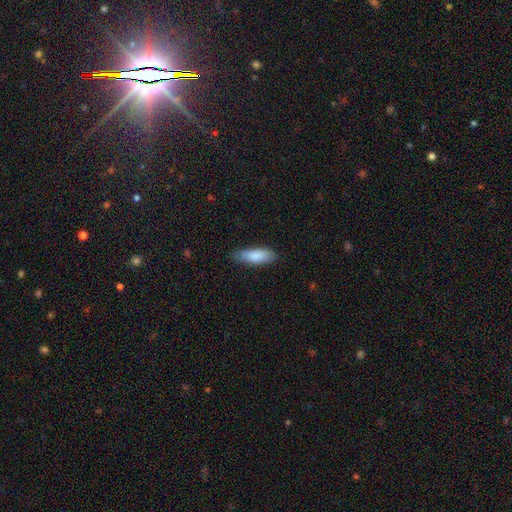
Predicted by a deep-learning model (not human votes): smooth_or_featured: smooth (p=0.84) [alt: featured or disk p=0.10]
how_rounded: in between (p=0.53) [alt: cigar-shaped p=0.46]
merging: none (p=0.80) [alt: minor disturbance p=0.16]